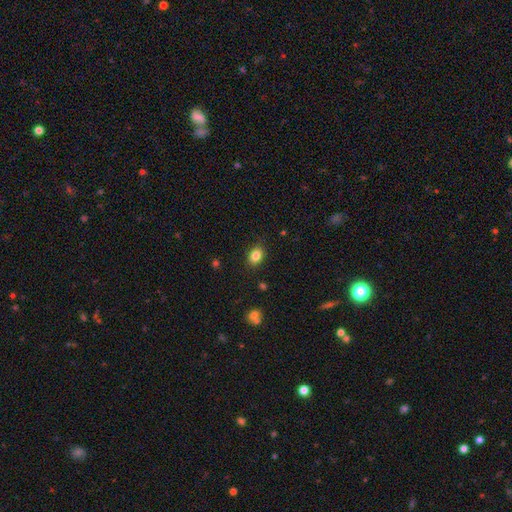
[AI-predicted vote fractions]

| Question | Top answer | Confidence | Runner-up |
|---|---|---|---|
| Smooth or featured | smooth | 83% | star or artifact (10%) |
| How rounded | in between | 65% | round (33%) |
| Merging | none | 85% | minor disturbance (11%) |